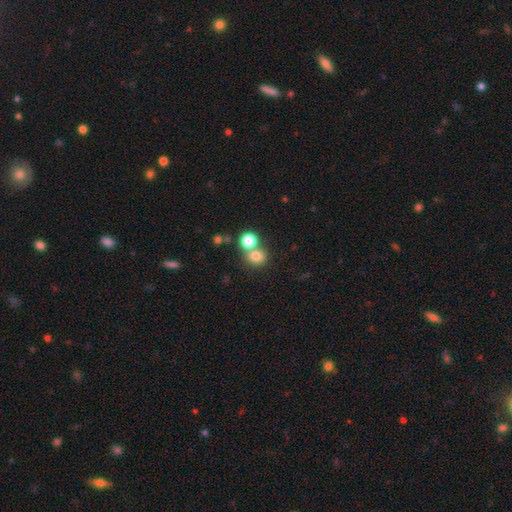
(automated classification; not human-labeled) smooth 76%, star or artifact 14%, featured or disk 10%. Down the decision tree: how rounded — round (81%); merging — none (47%).